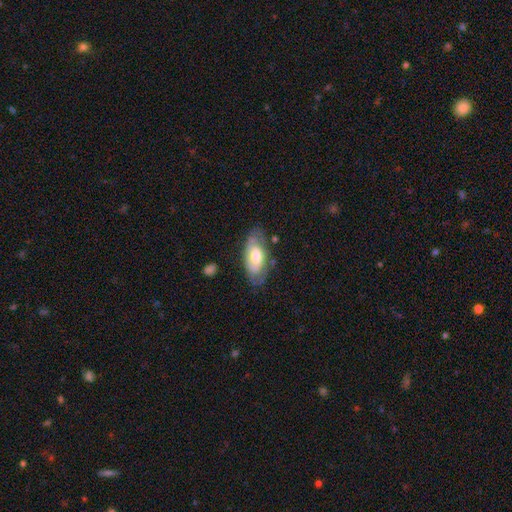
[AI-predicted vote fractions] A smooth galaxy with no disk features (48%). Merging: none (65%).